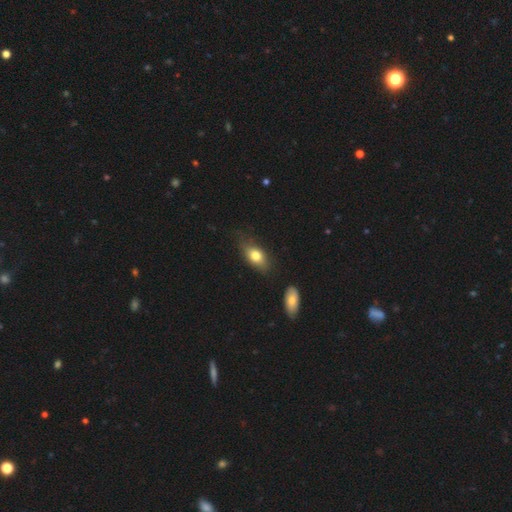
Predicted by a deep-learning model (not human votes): Overall: smooth (77%). How rounded: in between (85%). Merging: none (69%).